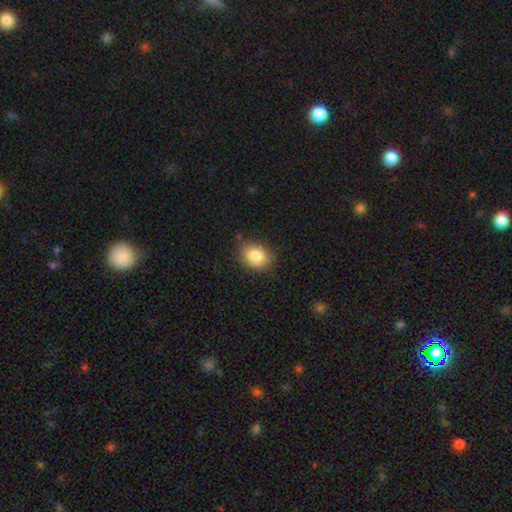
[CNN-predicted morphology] Overall: smooth (85%). How rounded: in between (62%; round 37%). Merging: none (81%).